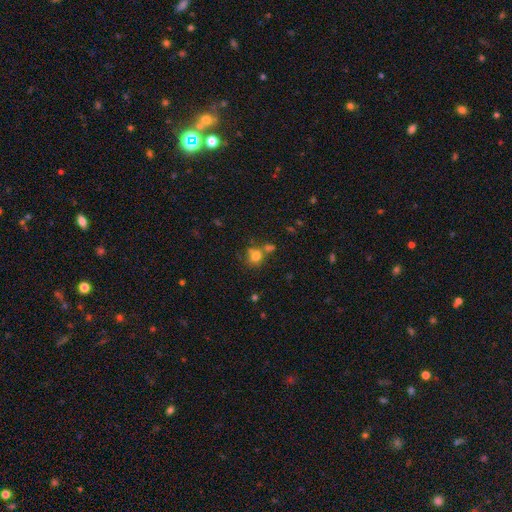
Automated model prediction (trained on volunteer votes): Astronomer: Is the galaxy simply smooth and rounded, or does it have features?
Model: smooth — 75%.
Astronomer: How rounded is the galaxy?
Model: round — 78%.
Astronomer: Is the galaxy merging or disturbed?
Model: none — 52%.